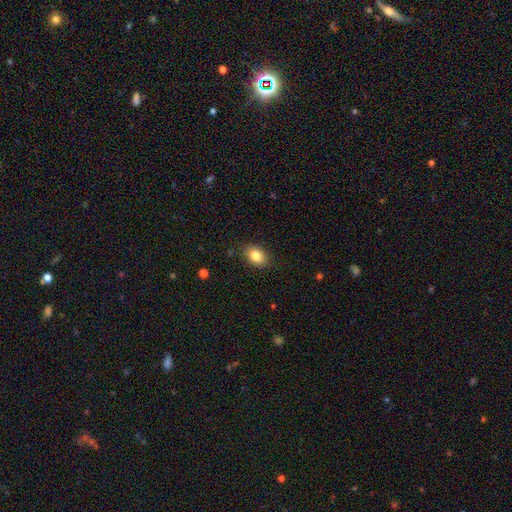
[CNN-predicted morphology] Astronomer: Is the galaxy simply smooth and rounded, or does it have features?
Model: smooth — 83%.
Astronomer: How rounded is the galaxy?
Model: in between — 80%.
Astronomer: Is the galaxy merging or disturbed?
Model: none — 86%.